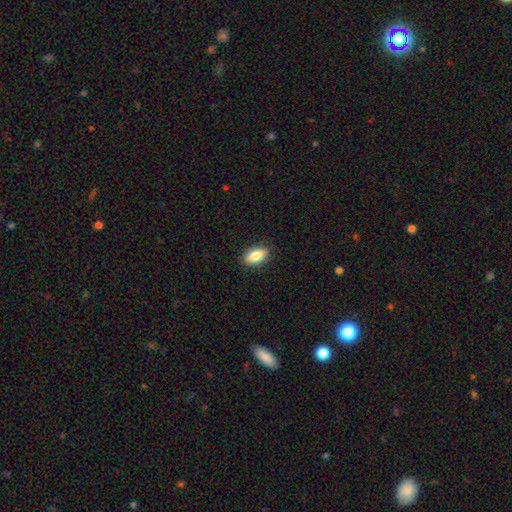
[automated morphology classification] smooth_or_featured: smooth (p=0.81) [alt: featured or disk p=0.12]
how_rounded: in between (p=0.87) [alt: cigar-shaped p=0.08]
merging: none (p=0.87) [alt: minor disturbance p=0.10]